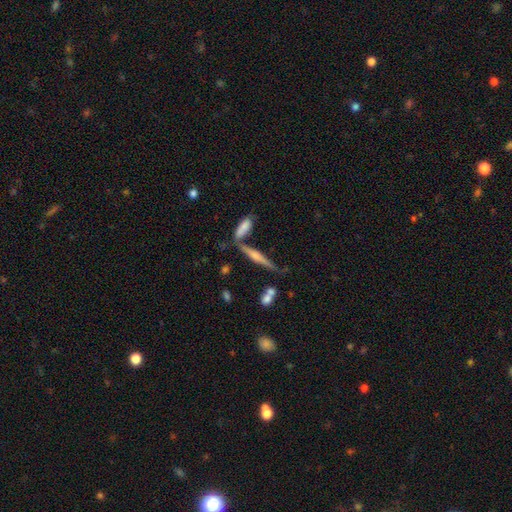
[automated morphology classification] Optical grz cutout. It shows a featured or disk galaxy (63%) viewed edge-on (95%) with a rounded central bulge (70%). Merging: none (64%).